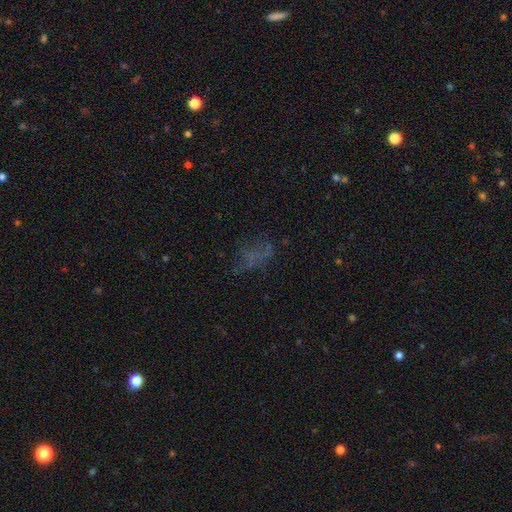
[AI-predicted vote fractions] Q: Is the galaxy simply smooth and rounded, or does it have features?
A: smooth — 37%.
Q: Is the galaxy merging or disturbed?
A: none — 51%.